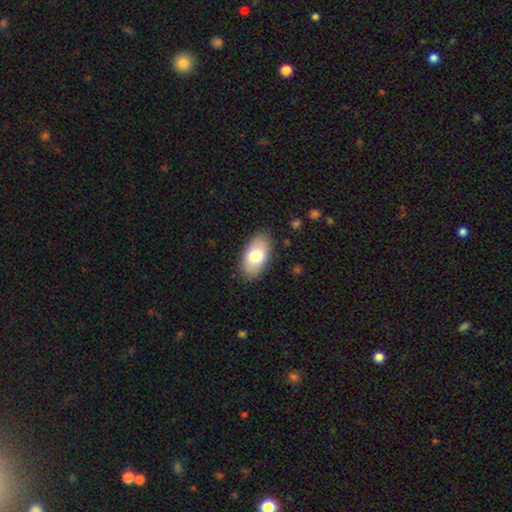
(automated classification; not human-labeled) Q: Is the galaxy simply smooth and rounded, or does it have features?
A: smooth — 75%.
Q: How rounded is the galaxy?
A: in between — 94%.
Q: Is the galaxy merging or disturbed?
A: none — 86%.